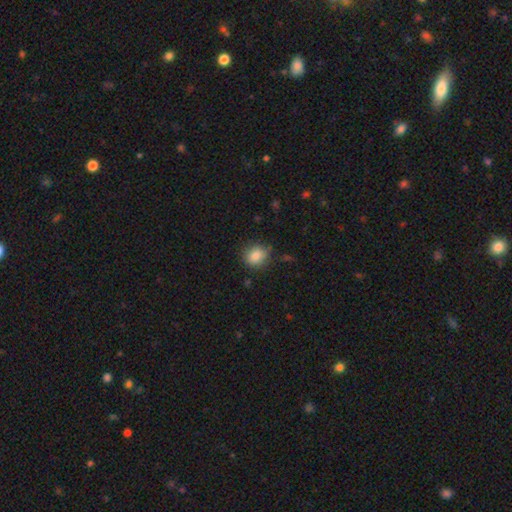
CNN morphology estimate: A smooth galaxy with no disk features (85%) that is round (73%).

Vote fractions:
- Smooth or featured? smooth: 85% / star or artifact: 9% / featured or disk: 6%
- How rounded? round: 73% / in between: 26% / cigar-shaped: 1%
- Merging? none: 79% / minor disturbance: 16% / major disturbance: 4% / merger: 2%